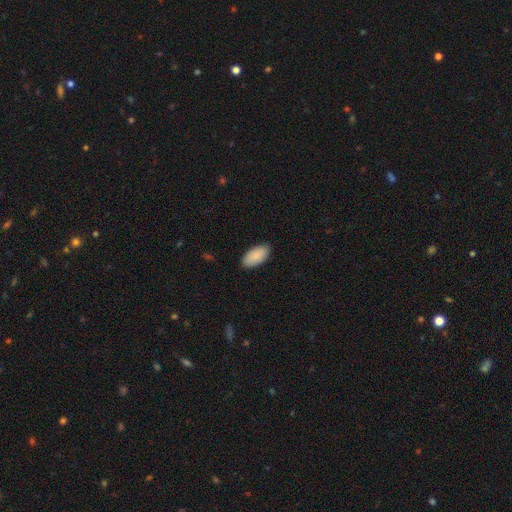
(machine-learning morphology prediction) smooth 89%, featured or disk 6%, star or artifact 6%. Down the decision tree: how rounded — in between (94%); merging — none (87%).